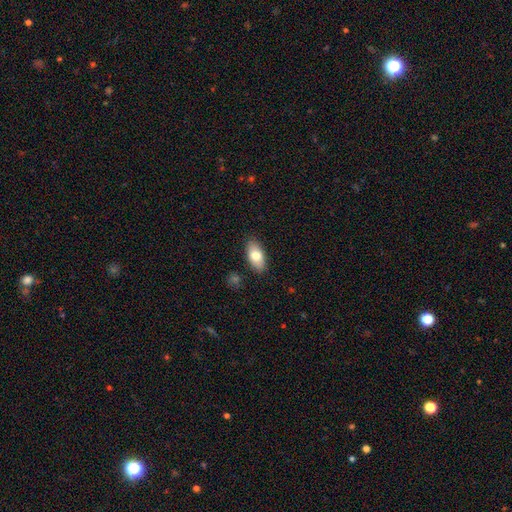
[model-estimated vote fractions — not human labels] Smooth or featured: smooth — 79% (featured or disk — 15%)
How rounded: in between — 90% (cigar-shaped — 7%)
Merging: none — 87% (minor disturbance — 10%)